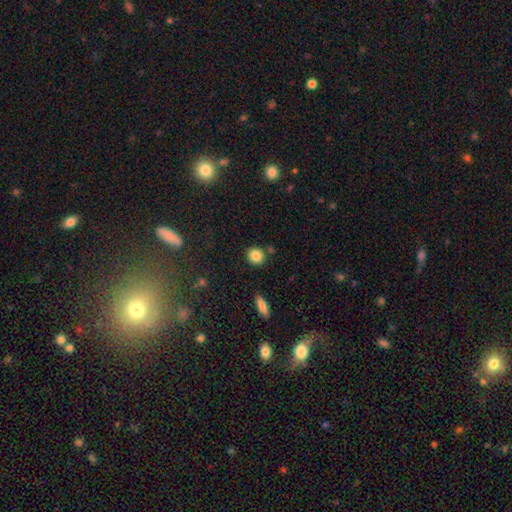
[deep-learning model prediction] Smooth or featured?
  - smooth: 85% *
  - star or artifact: 10%
  - featured or disk: 6%
How rounded?
  - round: 83% *
  - in between: 16%
  - cigar-shaped: 1%
Merging?
  - none: 80% *
  - minor disturbance: 10%
  - merger: 7%
  - major disturbance: 3%